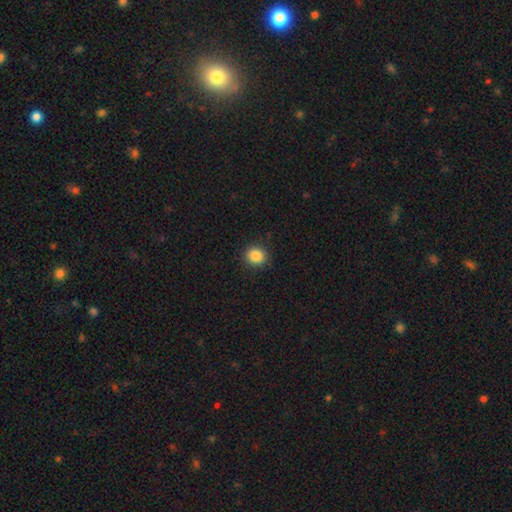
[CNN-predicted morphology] smooth 87%, star or artifact 10%, featured or disk 4%. Down the decision tree: how rounded — round (84%); merging — none (90%).